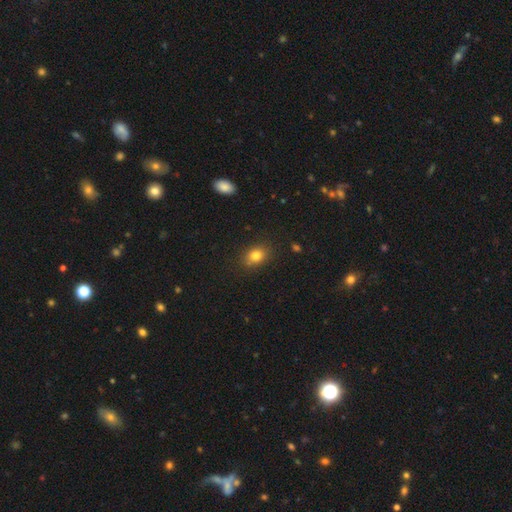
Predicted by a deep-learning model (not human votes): This is clearly a smooth galaxy (82%). How rounded: likely in between (61%). Merging: clearly none (83%).